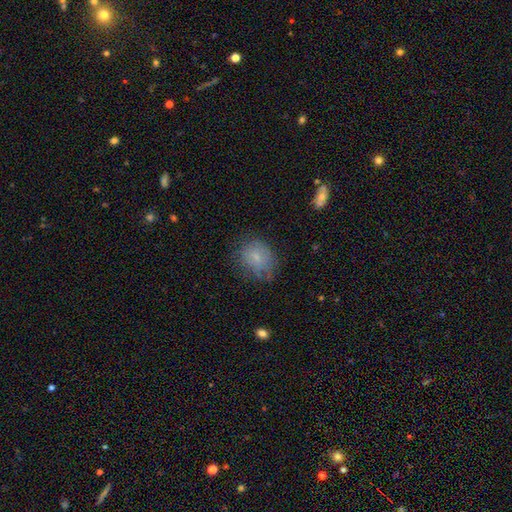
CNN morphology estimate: The model was most divided on "how rounded": round: 59%, in between: 40%, cigar-shaped: 1%. More confident: smooth or featured — smooth (70%); merging — none (65%).